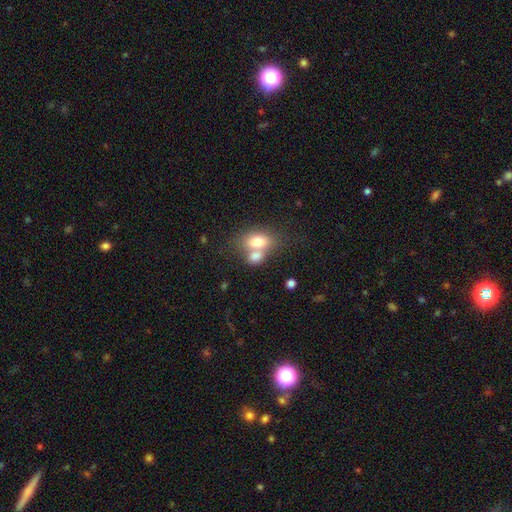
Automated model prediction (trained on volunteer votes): Smooth or featured: smooth — 73% (featured or disk — 18%)
How rounded: in between — 77% (round — 21%)
Merging: merger — 60% (none — 27%)